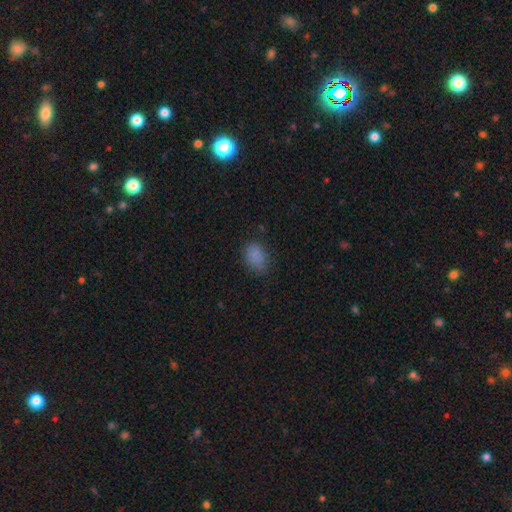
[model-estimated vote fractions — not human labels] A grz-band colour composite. It shows a smooth galaxy with no disk features (86%) that is in between round and cigar-shaped (83%). Merging: none (77%).